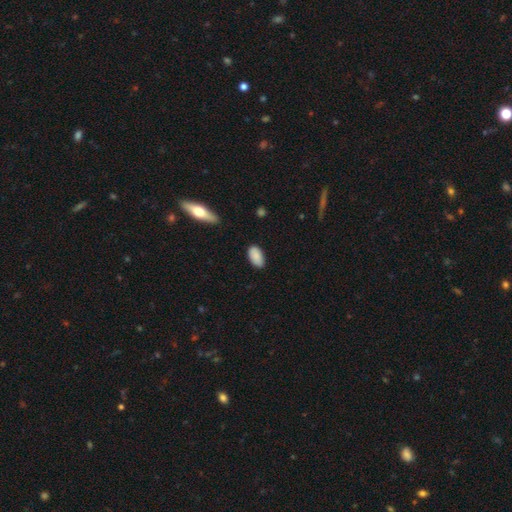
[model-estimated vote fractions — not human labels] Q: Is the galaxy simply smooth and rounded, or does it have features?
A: smooth — 87%.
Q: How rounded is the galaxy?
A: in between — 95%.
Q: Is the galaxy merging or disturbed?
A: none — 83%.